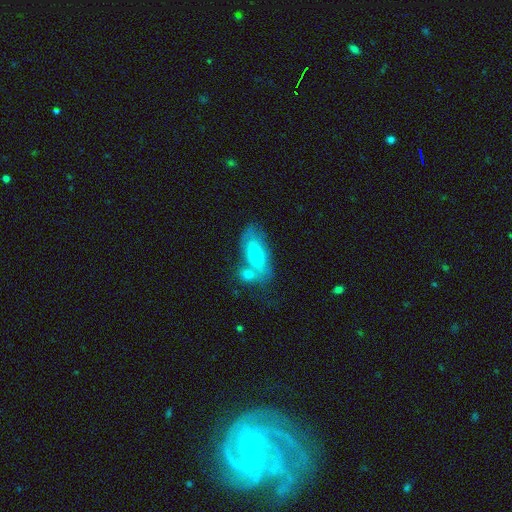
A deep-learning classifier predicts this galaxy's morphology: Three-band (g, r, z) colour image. It shows a smooth galaxy with no disk features (67%) that is in between round and cigar-shaped (85%). Merging: none (38%).